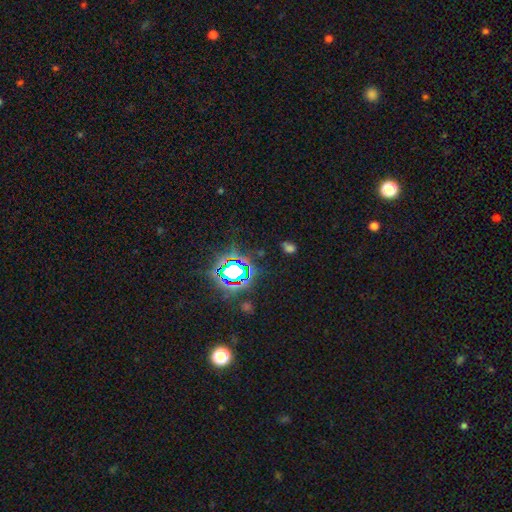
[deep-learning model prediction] This appears to be a star or artifact, not a galaxy (77%).